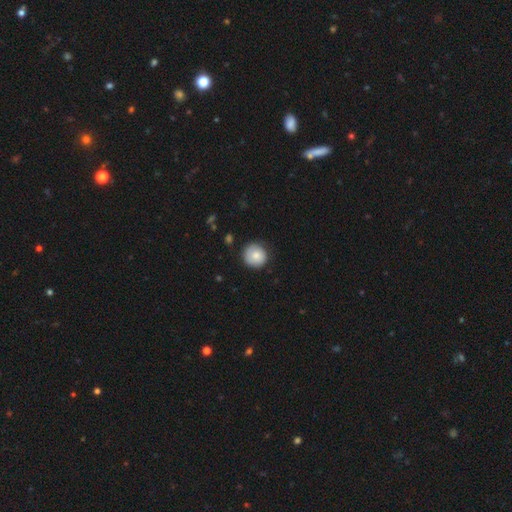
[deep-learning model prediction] Q: Smooth or featured?
A: smooth (81%); runner-up: featured or disk (12%)
Q: How rounded?
A: round (93%); runner-up: in between (6%)
Q: Merging?
A: none (81%); runner-up: minor disturbance (15%)